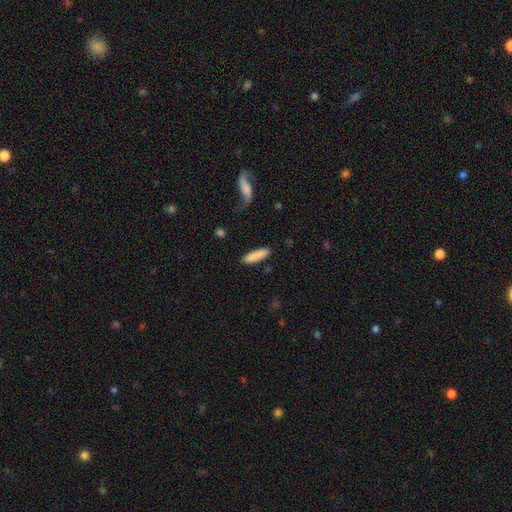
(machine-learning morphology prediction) smooth_or_featured: smooth (p=0.87) [alt: featured or disk p=0.07]
how_rounded: cigar-shaped (p=0.72) [alt: in between p=0.26]
merging: none (p=0.85) [alt: minor disturbance p=0.10]